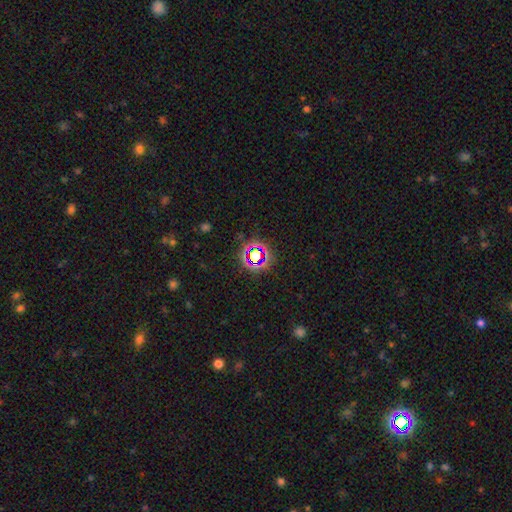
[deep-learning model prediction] A star or artifact, not a galaxy (68%).